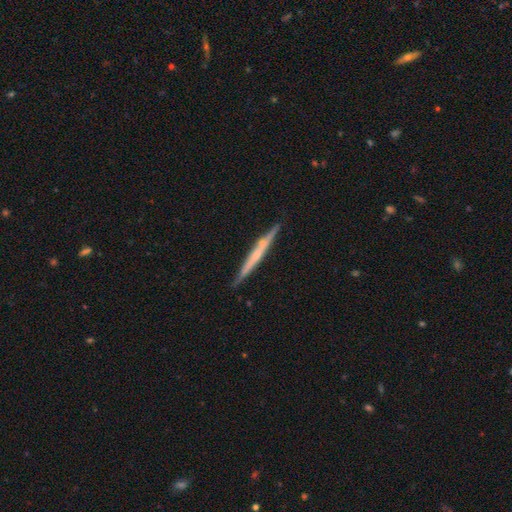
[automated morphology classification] A featured or disk galaxy (59%) viewed edge-on (97%) with no central bulge (67%). Merging: none (85%).